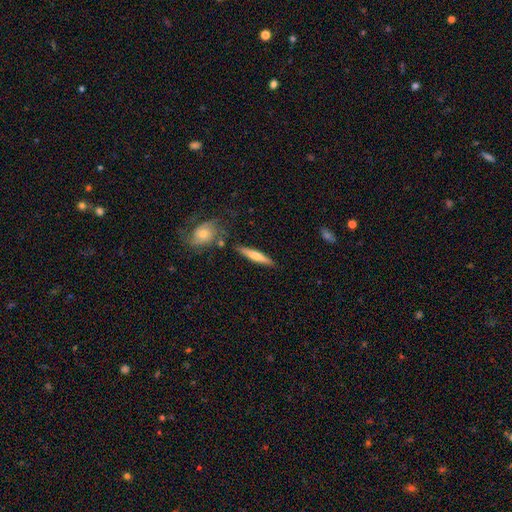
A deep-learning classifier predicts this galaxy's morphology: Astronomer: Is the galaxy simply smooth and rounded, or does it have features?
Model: smooth — 55% (runner-up: featured or disk, 39%).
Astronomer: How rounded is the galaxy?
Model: cigar-shaped — 88%.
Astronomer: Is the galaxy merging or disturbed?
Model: none — 81%.